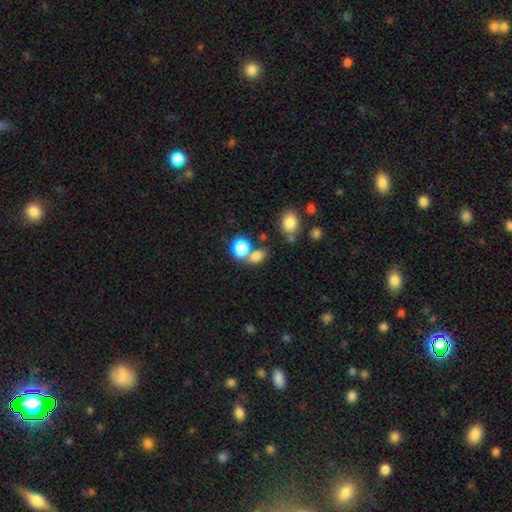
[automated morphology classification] This appears to be a smooth galaxy with no disk features (75%) that is in between round and cigar-shaped (58%). Merging: none (52%).